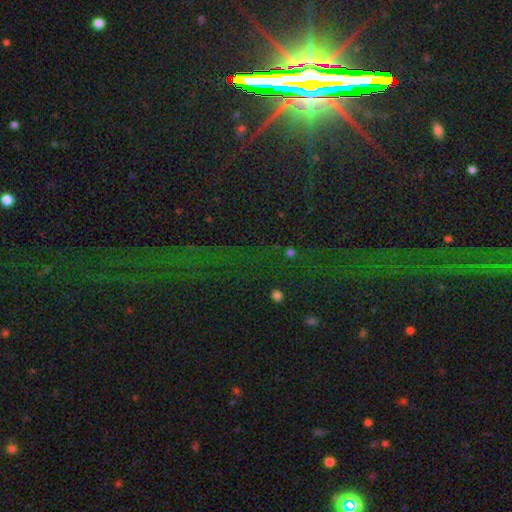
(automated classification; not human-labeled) star or artifact 78%, featured or disk 14%, smooth 8%.